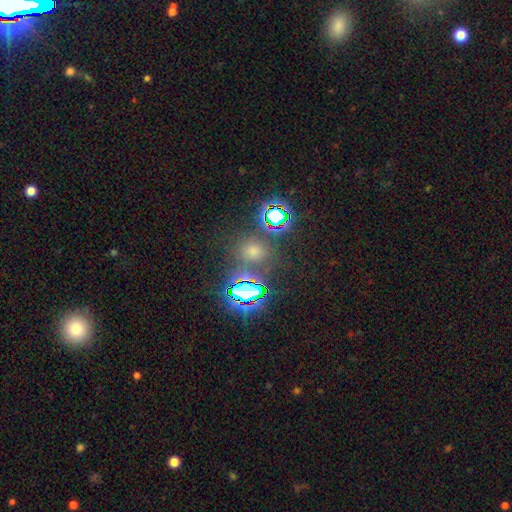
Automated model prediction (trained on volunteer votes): Smooth or featured? star or artifact (57%)